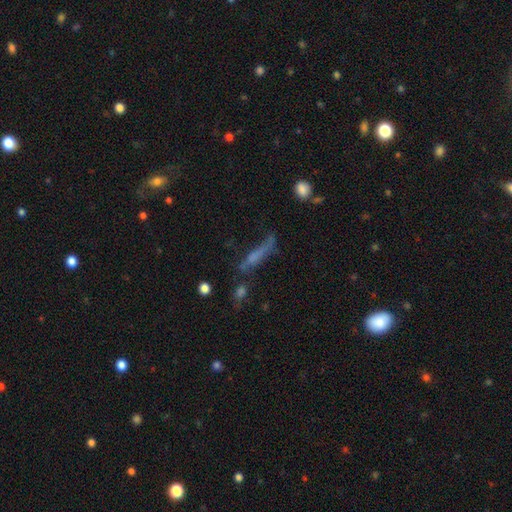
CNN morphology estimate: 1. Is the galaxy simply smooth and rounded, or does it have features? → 47% smooth, 37% featured or disk, 15% star or artifact.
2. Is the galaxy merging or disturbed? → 49% none, 24% minor disturbance, 18% major disturbance, 9% merger.